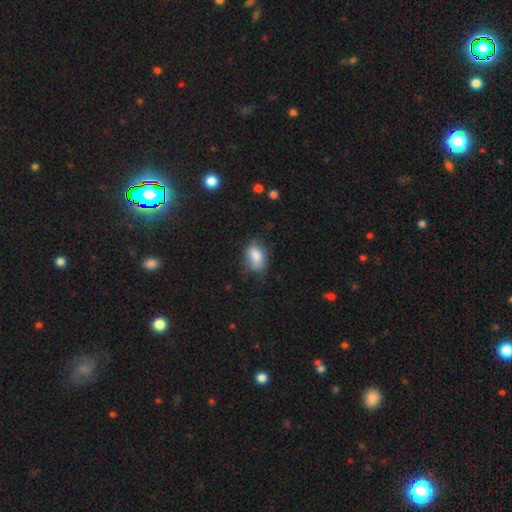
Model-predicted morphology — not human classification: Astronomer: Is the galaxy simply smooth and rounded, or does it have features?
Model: smooth — 81%.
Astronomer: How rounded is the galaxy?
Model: in between — 83%.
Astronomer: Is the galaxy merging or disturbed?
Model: none — 56%.